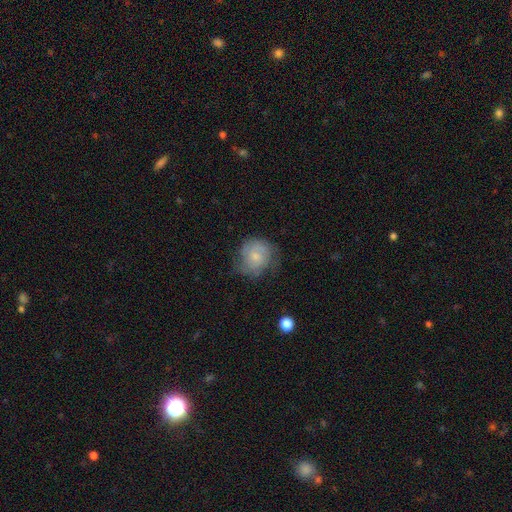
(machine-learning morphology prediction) Overall: smooth (53%; featured or disk 39%). How rounded: round (81%). Merging: none (60%; minor disturbance 28%).